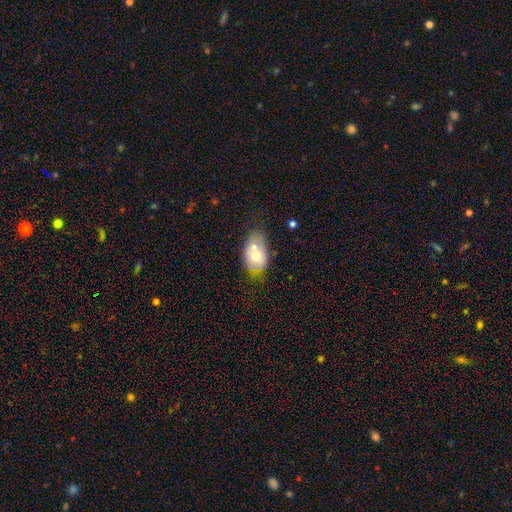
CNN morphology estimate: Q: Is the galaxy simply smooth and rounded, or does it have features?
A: smooth — 61%.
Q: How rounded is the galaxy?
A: in between — 86%.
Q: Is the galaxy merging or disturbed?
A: none — 42%.